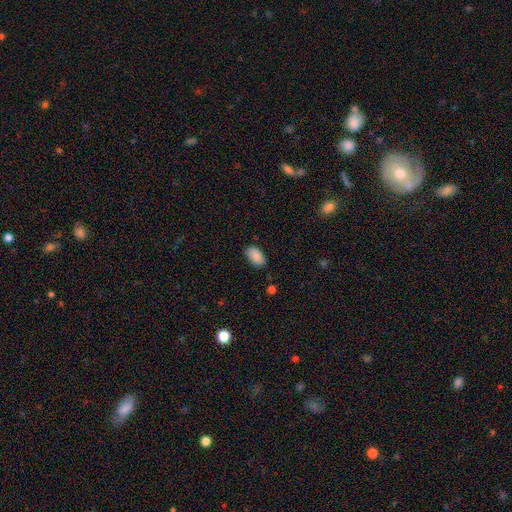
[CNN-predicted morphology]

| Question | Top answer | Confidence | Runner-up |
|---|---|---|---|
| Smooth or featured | smooth | 89% | star or artifact (7%) |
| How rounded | in between | 95% | round (3%) |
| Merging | none | 84% | minor disturbance (12%) |